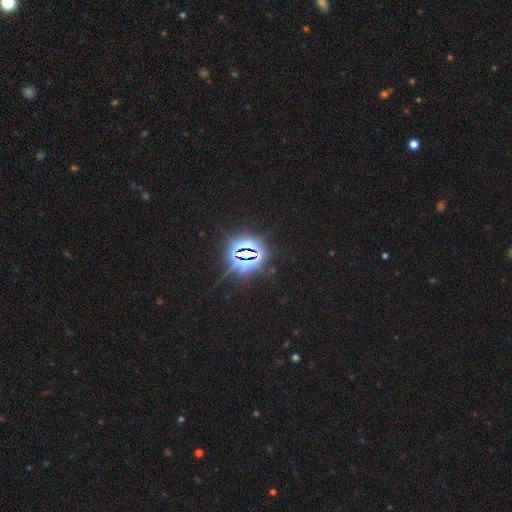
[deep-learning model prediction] smooth-or-featured: star or artifact: 85% | smooth: 8% | featured or disk: 7%